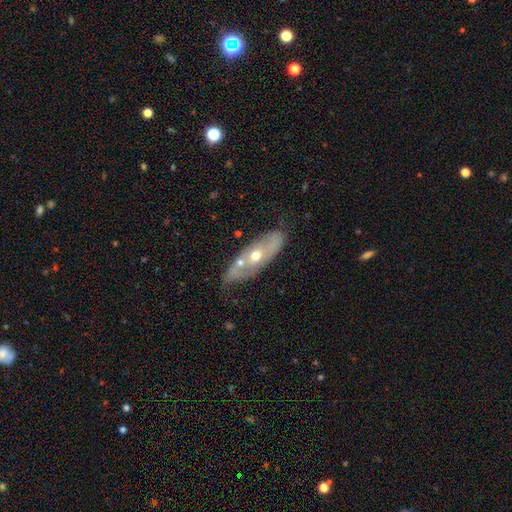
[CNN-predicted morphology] smooth_or_featured: featured or disk (p=0.54) [alt: smooth p=0.40]
disk_edge_on: no (p=0.74) [alt: yes p=0.26]
merging: none (p=0.55) [alt: minor disturbance p=0.23]